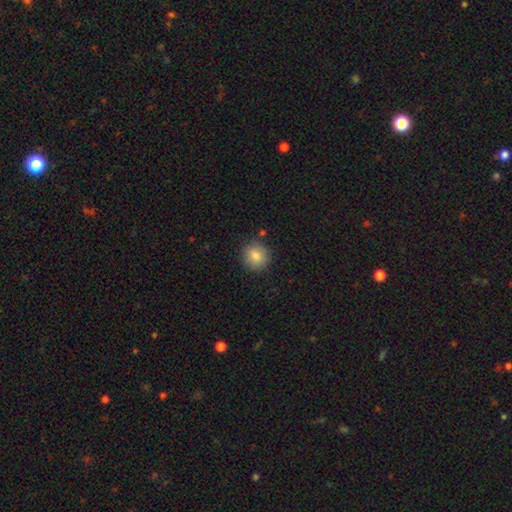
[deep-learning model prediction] smooth_or_featured: smooth (p=0.85) [alt: star or artifact p=0.09]
how_rounded: round (p=0.88) [alt: in between p=0.11]
merging: none (p=0.86) [alt: minor disturbance p=0.09]